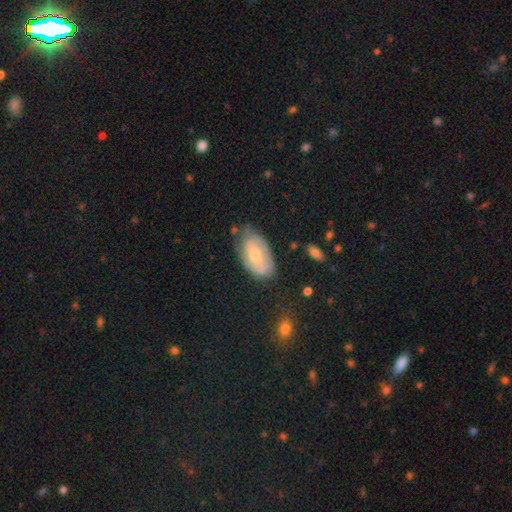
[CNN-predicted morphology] Smooth or featured? Predicted: featured or disk (p=0.52). Edge-on disk? Predicted: no (p=0.93). Merging? Predicted: none (p=0.61).